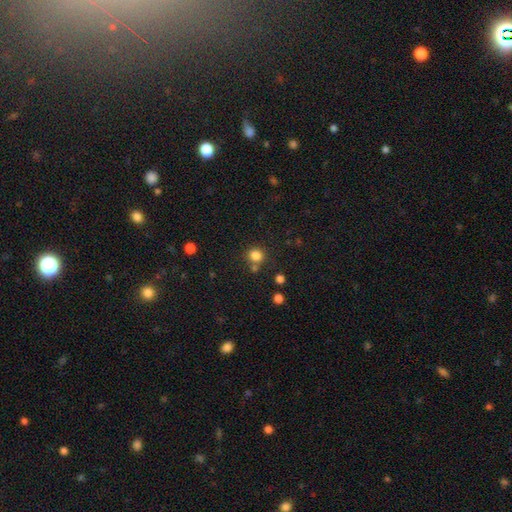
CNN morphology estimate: This is clearly a smooth galaxy (82%). How rounded: clearly round (87%). Merging: likely none (71%).